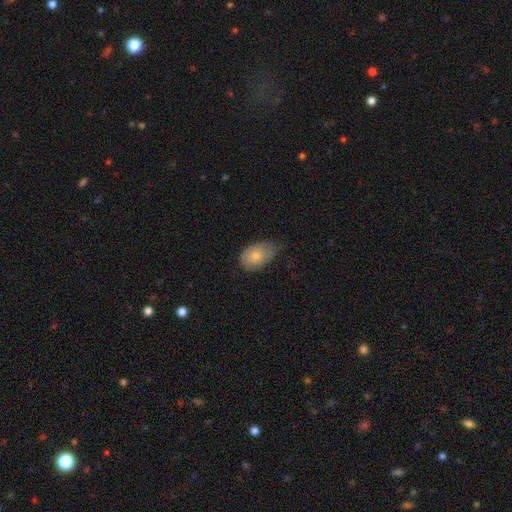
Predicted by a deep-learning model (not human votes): Morphology: type=smooth (73%); roundness=in between (86%); merging=none (55%).